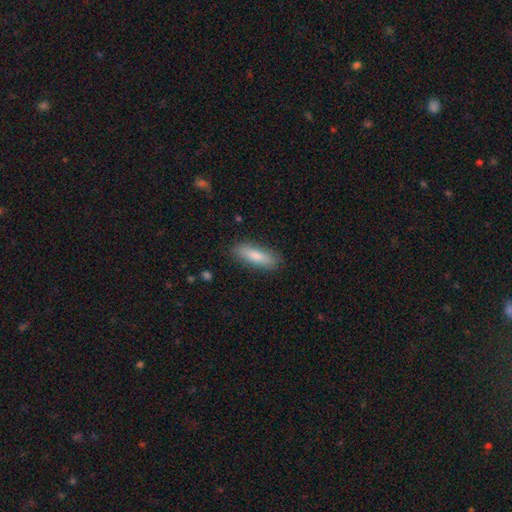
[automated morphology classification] The model was most divided on "how rounded": cigar-shaped: 52%, in between: 46%, round: 2%. More confident: merging — none (86%); smooth or featured — smooth (81%).